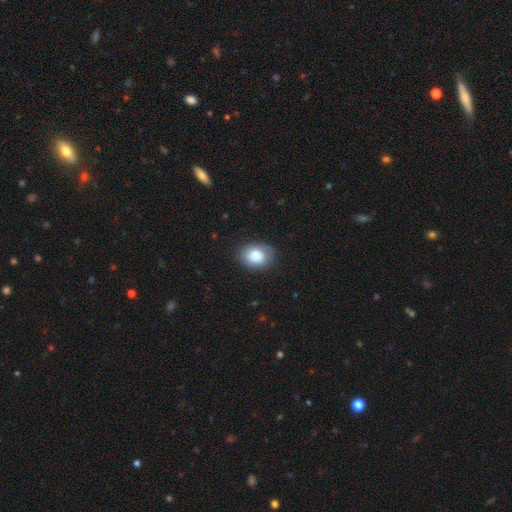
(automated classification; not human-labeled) Overall: smooth (82%). How rounded: in between (58%; round 41%). Merging: none (77%).